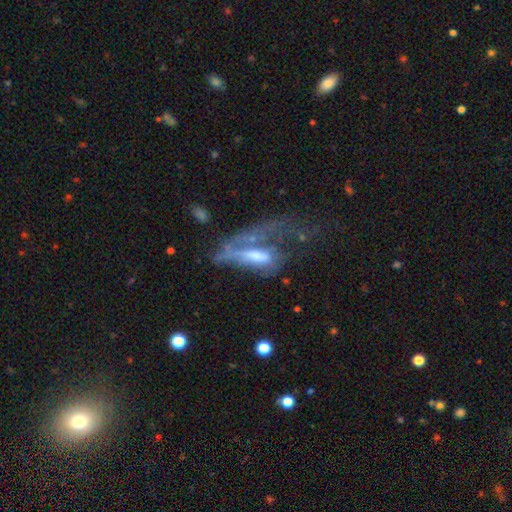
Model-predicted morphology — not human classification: This is possibly a featured or disk galaxy (55%). It is likely not viewed edge-on (78%). Merging: possibly major disturbance (59%).